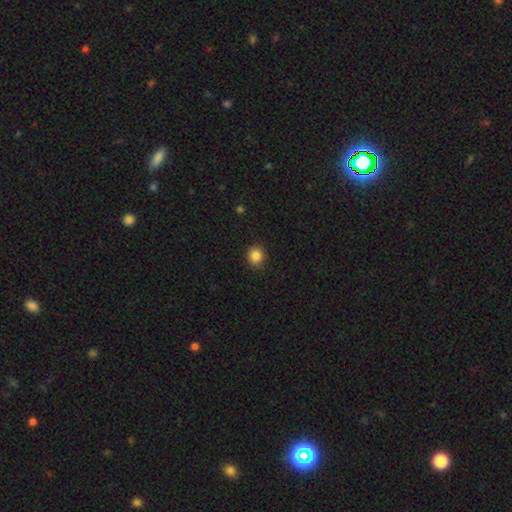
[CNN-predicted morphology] Smooth or featured?
  - smooth: 85% *
  - star or artifact: 11%
  - featured or disk: 4%
How rounded?
  - round: 88% *
  - in between: 11%
  - cigar-shaped: 1%
Merging?
  - none: 90% *
  - minor disturbance: 7%
  - major disturbance: 2%
  - merger: 1%